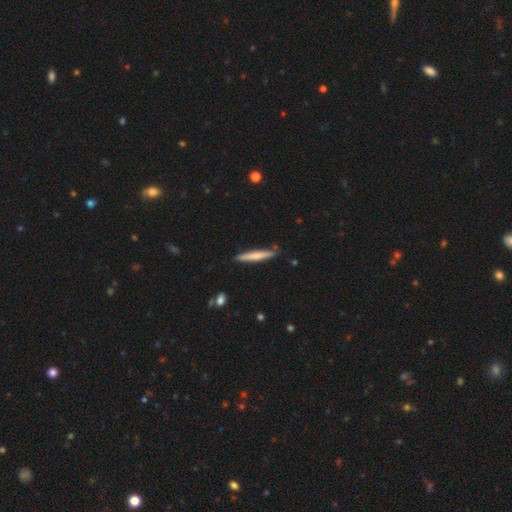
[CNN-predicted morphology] Smooth or featured?
  - smooth: 64% *
  - featured or disk: 31%
  - star or artifact: 5%
How rounded?
  - cigar-shaped: 94% *
  - in between: 4%
  - round: 1%
Merging?
  - none: 86% *
  - minor disturbance: 10%
  - merger: 2%
  - major disturbance: 2%